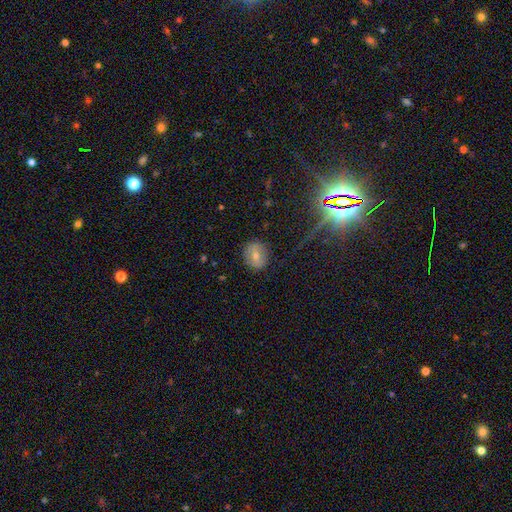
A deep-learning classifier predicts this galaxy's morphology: Smooth or featured?
  - smooth: 42% *
  - featured or disk: 31%
  - star or artifact: 26%
Merging?
  - none: 85% *
  - minor disturbance: 10%
  - major disturbance: 3%
  - merger: 1%